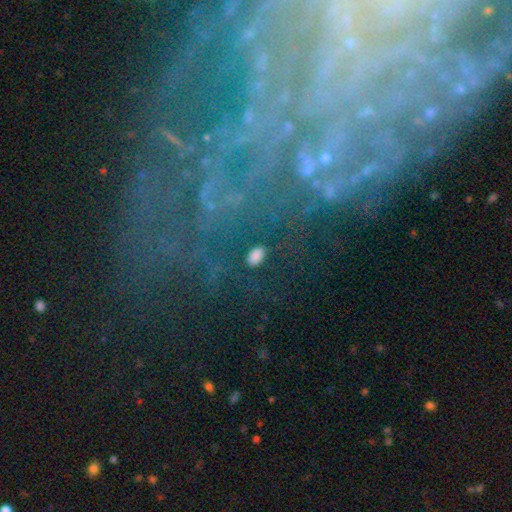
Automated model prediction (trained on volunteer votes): smooth-or-featured: smooth: 77% | star or artifact: 17% | featured or disk: 7%
  how-rounded: in between: 91% | round: 6% | cigar-shaped: 3%
  merging: none: 82% | minor disturbance: 10% | major disturbance: 5% | merger: 3%